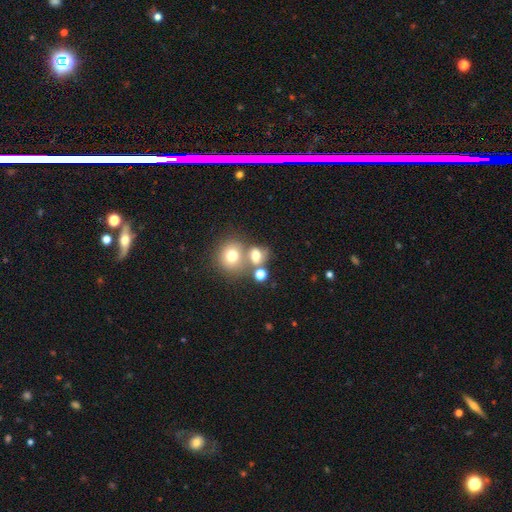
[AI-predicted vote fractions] Smooth or featured? smooth (70%)
How rounded? round (60%)
Merging? none (43%)